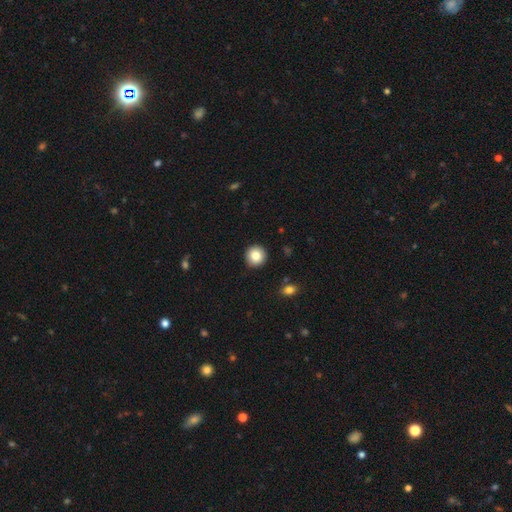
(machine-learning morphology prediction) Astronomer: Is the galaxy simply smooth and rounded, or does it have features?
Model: smooth — 83%.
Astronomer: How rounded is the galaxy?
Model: round — 94%.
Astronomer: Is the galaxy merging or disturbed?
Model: none — 92%.